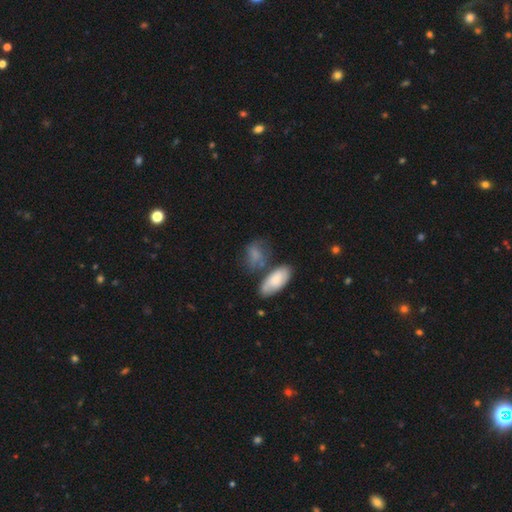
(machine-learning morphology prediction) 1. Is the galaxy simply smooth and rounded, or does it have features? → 70% smooth, 19% featured or disk, 10% star or artifact.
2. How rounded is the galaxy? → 73% in between, 22% round, 5% cigar-shaped.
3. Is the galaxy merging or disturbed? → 47% none, 22% minor disturbance, 21% merger, 10% major disturbance.